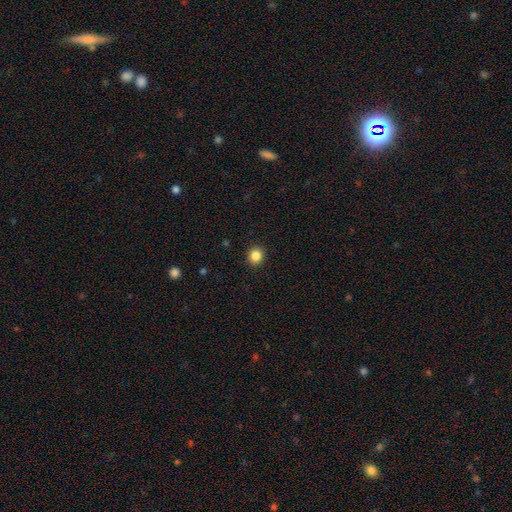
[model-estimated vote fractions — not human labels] Smooth or featured: smooth — 86% (star or artifact — 11%)
How rounded: round — 86% (in between — 13%)
Merging: none — 92% (minor disturbance — 5%)